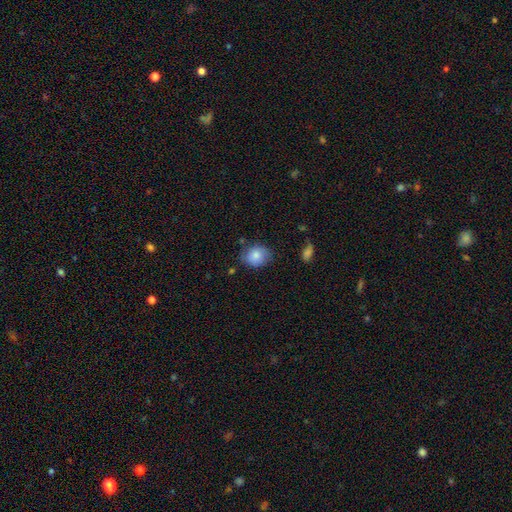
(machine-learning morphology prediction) smooth 82%, featured or disk 10%, star or artifact 8%. Down the decision tree: how rounded — round (61%); merging — none (72%).